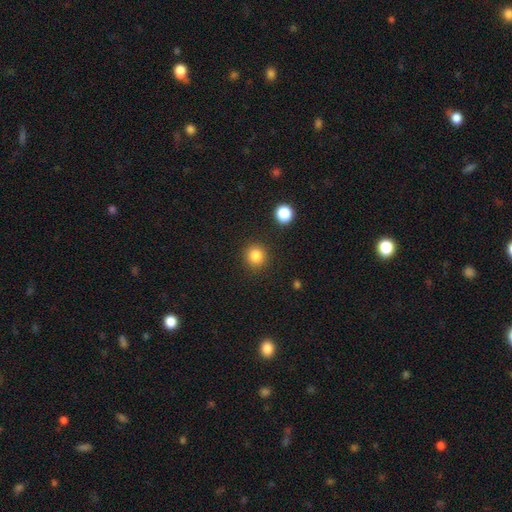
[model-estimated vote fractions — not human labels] This appears to be a smooth galaxy with no disk features (84%) that is round (91%). Merging: none (89%).